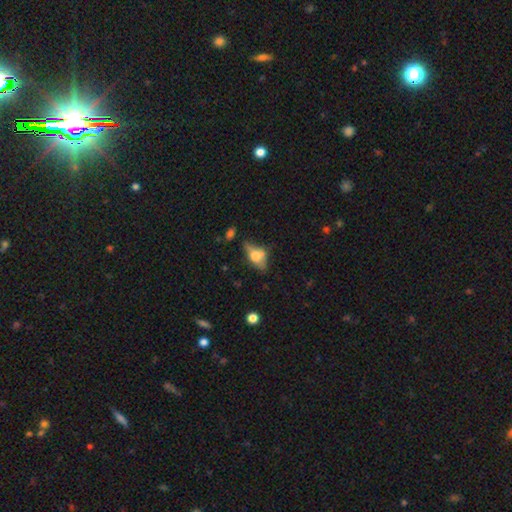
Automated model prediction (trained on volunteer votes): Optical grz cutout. It shows a smooth galaxy with no disk features (49%). Merging: none (46%).